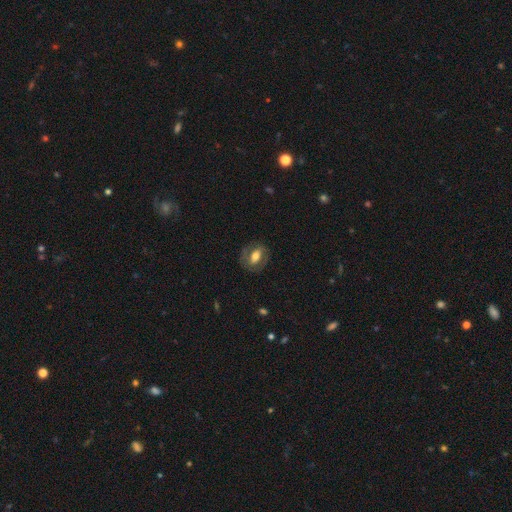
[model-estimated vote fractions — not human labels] The model was most divided on "smooth or featured": smooth: 50%, featured or disk: 43%, star or artifact: 7%. More confident: merging — none (77%); how rounded — in between (74%).